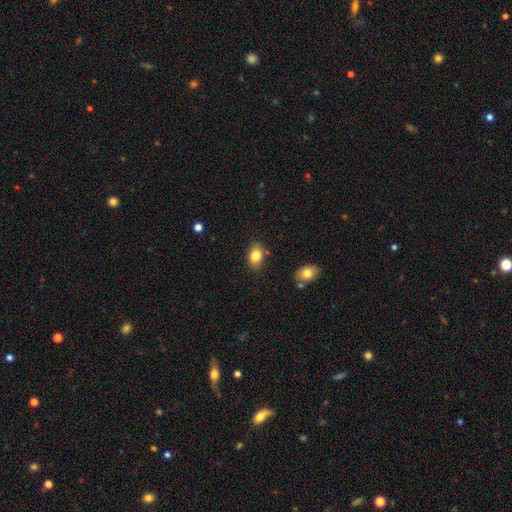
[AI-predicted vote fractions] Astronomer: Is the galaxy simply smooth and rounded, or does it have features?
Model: smooth — 83%.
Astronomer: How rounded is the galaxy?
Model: in between — 83%.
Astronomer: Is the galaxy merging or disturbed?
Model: none — 84%.